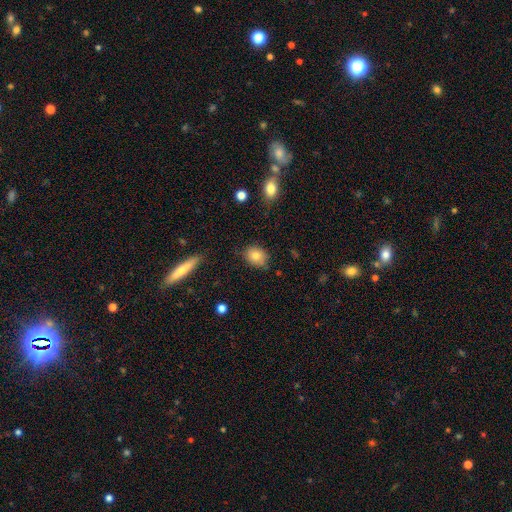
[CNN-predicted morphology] Smooth or featured? smooth (79%)
How rounded? round (55%)
Merging? none (77%)